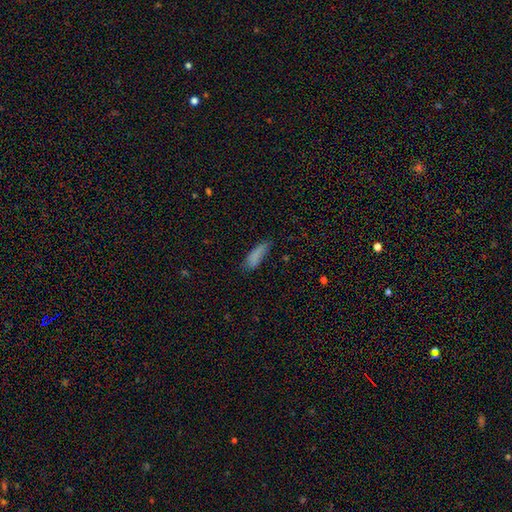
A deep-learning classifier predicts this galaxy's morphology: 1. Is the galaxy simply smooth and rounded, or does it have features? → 83% smooth, 9% featured or disk, 9% star or artifact.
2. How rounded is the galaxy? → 49% cigar-shaped (tied), 49% in between (tied), 2% round.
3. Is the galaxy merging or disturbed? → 62% none, 28% minor disturbance, 8% major disturbance, 3% merger.